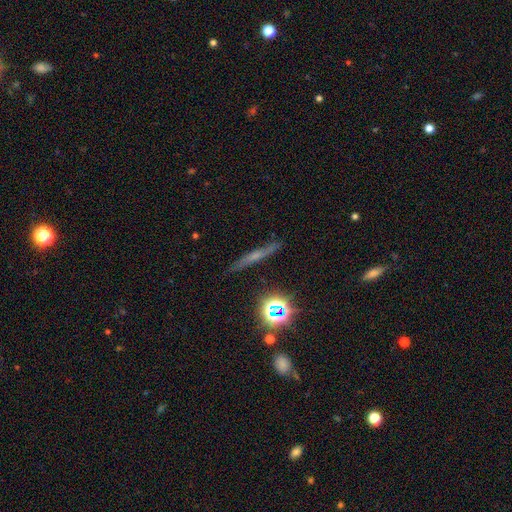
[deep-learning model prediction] Smooth or featured? featured or disk (44%)
Merging? none (84%)